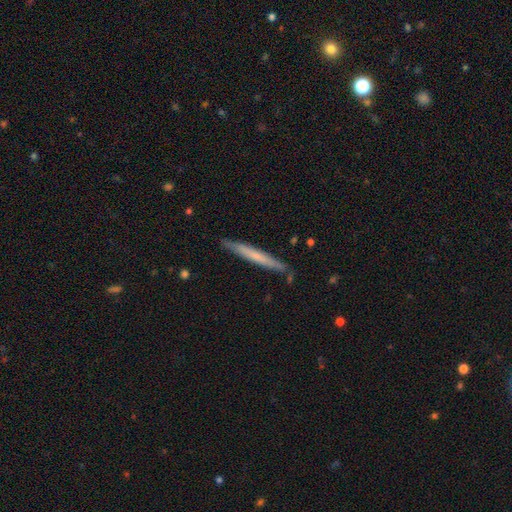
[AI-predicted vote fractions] Smooth or featured: smooth — 55% (featured or disk — 40%)
How rounded: cigar-shaped — 97% (in between — 2%)
Merging: none — 87% (minor disturbance — 10%)